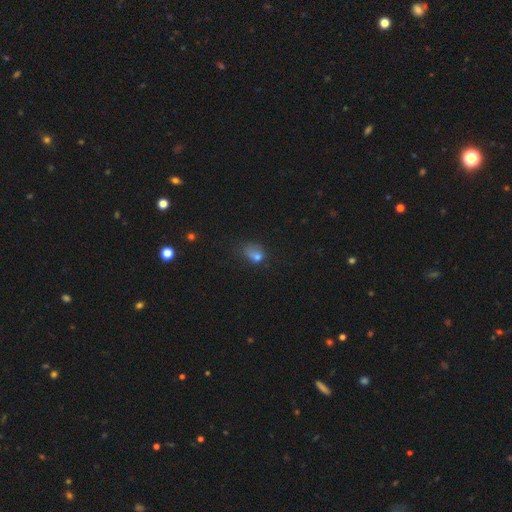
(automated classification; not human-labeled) smooth 67%, star or artifact 17%, featured or disk 15%. Down the decision tree: how rounded — in between (64%); merging — major disturbance (33%).